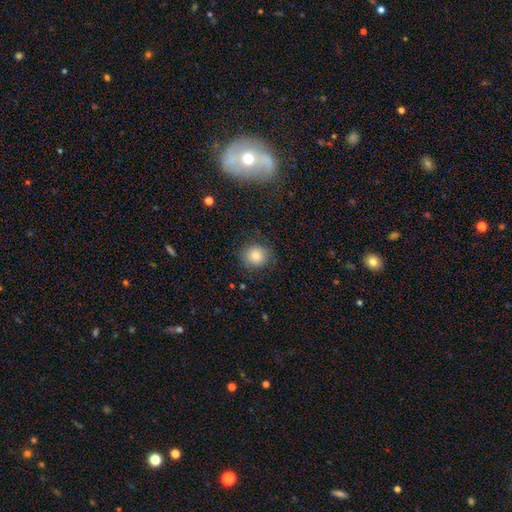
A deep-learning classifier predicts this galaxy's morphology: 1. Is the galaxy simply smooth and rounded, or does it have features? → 81% smooth, 11% star or artifact, 8% featured or disk.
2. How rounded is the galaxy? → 86% round, 13% in between, 1% cigar-shaped.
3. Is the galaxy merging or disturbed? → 83% none, 12% minor disturbance, 4% major disturbance, 1% merger.